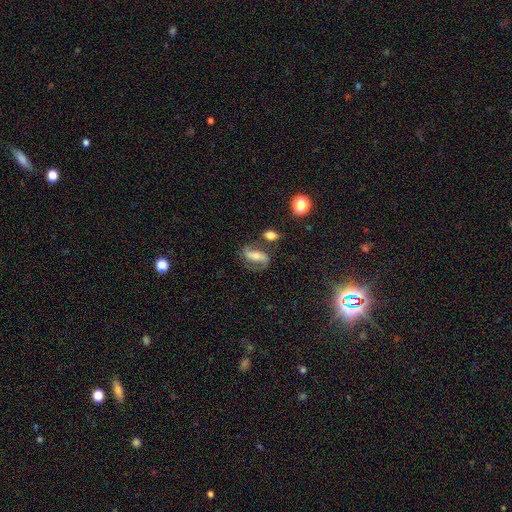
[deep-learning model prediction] A featured or disk galaxy (71%) with a strong bar (39%), 2 (88%) medium (42%) spiral arms (90%) and a moderate central bulge (47%). Merging: none (62%).